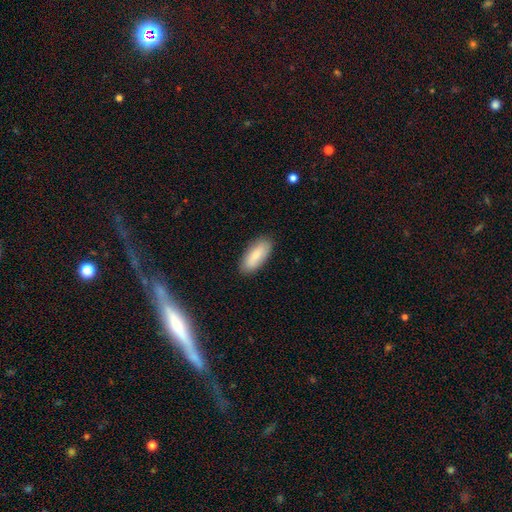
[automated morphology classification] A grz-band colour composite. It shows a smooth galaxy with no disk features (82%) that is in between round and cigar-shaped (86%). Merging: none (87%).